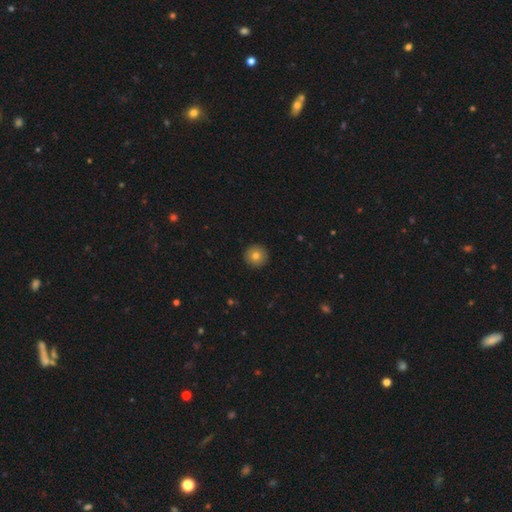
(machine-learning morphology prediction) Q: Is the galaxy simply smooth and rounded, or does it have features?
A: smooth — 78%.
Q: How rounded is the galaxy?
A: round — 96%.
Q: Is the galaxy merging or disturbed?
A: none — 93%.